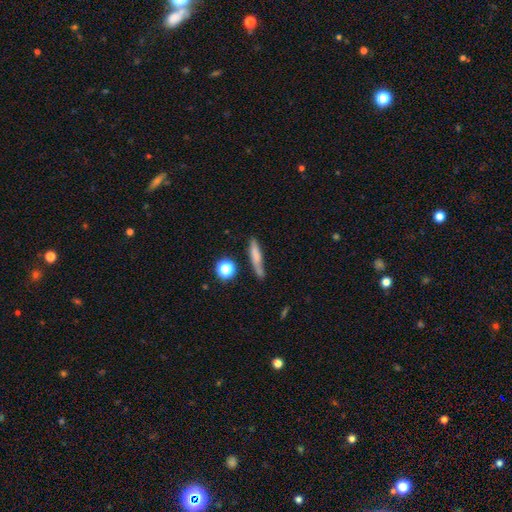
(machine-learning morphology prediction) smooth-or-featured: smooth: 67% | featured or disk: 23% | star or artifact: 10%
  how-rounded: cigar-shaped: 84% | in between: 11% | round: 5%
  merging: none: 67% | minor disturbance: 21% | major disturbance: 6% | merger: 6%